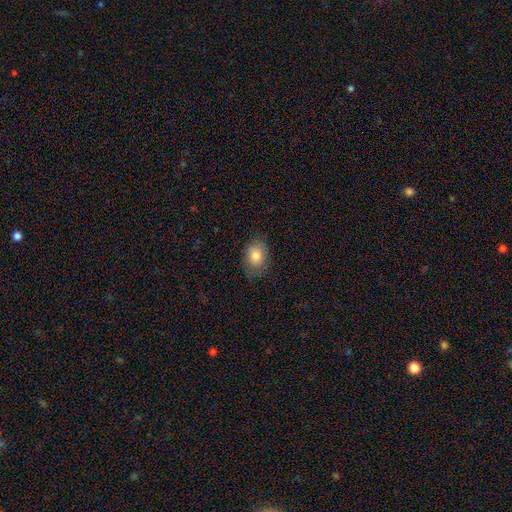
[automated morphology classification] Q: Smooth or featured?
A: smooth (81%); runner-up: featured or disk (10%)
Q: How rounded?
A: in between (72%); runner-up: round (27%)
Q: Merging?
A: none (76%); runner-up: minor disturbance (18%)